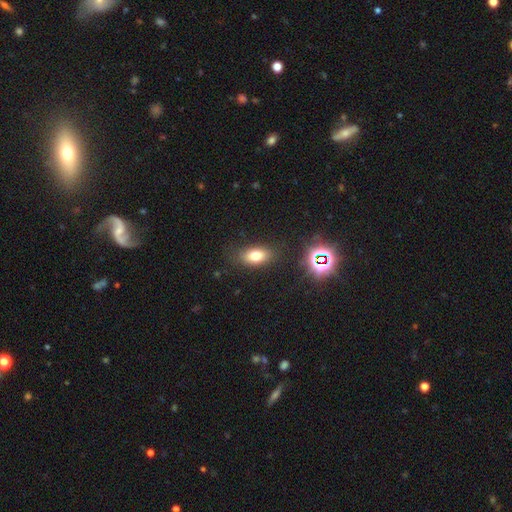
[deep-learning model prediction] Overall: smooth (73%). How rounded: in between (86%). Merging: none (83%).